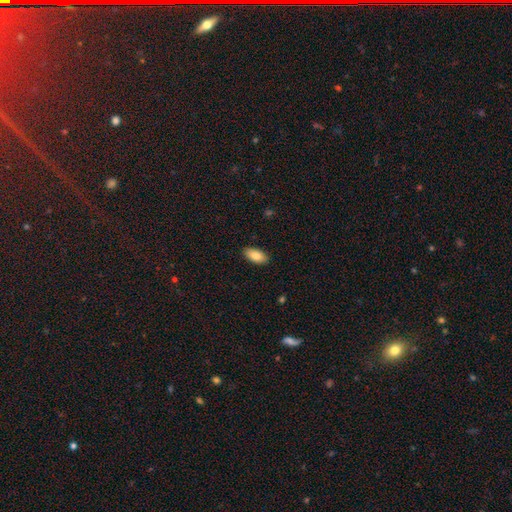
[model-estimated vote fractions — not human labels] smooth 86%, featured or disk 8%, star or artifact 7%. Down the decision tree: how rounded — in between (92%); merging — none (90%).